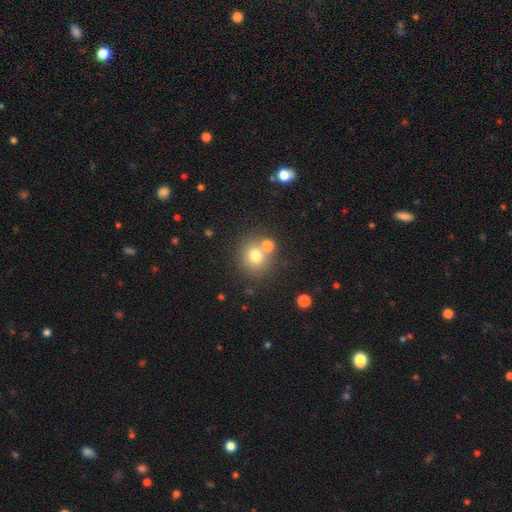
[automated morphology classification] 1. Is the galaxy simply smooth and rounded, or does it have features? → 73% smooth, 15% star or artifact, 12% featured or disk.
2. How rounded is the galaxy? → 87% round, 12% in between, 1% cigar-shaped.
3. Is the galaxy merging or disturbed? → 67% none, 21% merger, 9% minor disturbance, 3% major disturbance.